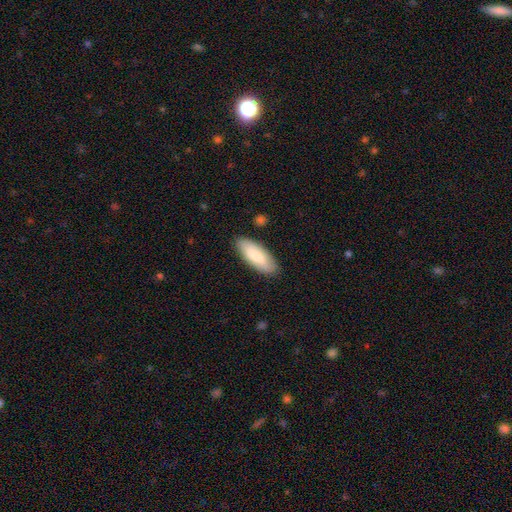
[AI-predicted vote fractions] smooth 76%, featured or disk 19%, star or artifact 5%. Down the decision tree: how rounded — in between (77%); merging — none (87%).